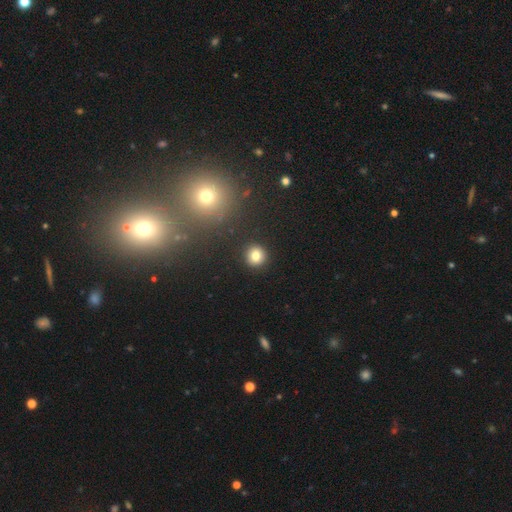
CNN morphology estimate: Smooth or featured? smooth (81%)
How rounded? round (90%)
Merging? none (91%)